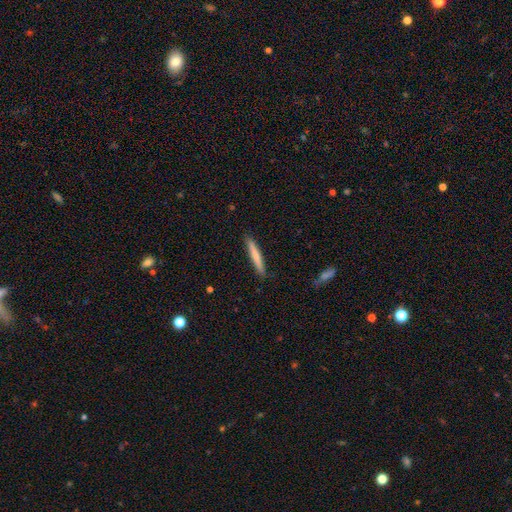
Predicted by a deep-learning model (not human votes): This is likely a smooth galaxy (71%). How rounded: clearly cigar-shaped (95%). Merging: clearly none (89%).